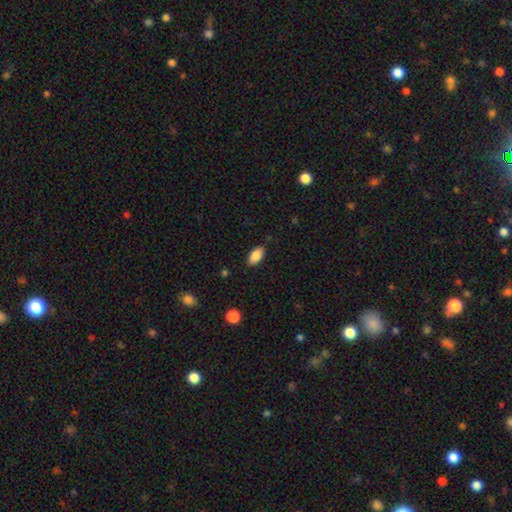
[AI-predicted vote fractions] smooth-or-featured: smooth: 85% | featured or disk: 8% | star or artifact: 7%
  how-rounded: in between: 91% | cigar-shaped: 6% | round: 3%
  merging: none: 84% | minor disturbance: 12% | major disturbance: 2% | merger: 1%